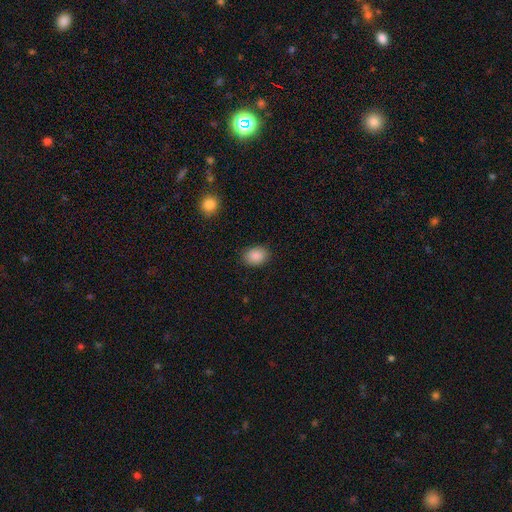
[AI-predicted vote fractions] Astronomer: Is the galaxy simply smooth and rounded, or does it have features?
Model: smooth — 88%.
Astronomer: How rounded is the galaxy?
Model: in between — 61% (runner-up: round, 38%).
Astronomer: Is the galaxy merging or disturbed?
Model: none — 86%.